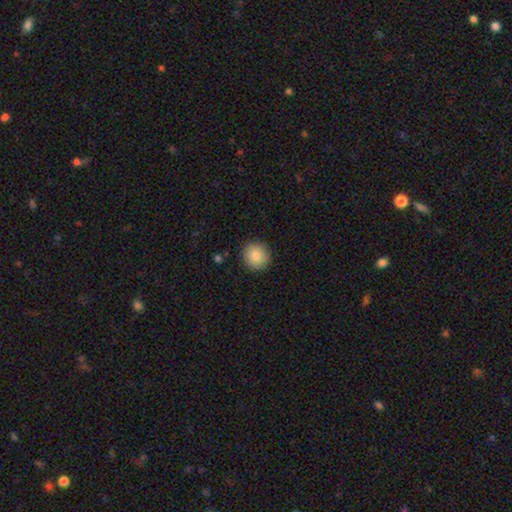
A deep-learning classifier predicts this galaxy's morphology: smooth_or_featured: smooth (p=0.85) [alt: star or artifact p=0.08]
how_rounded: round (p=0.91) [alt: in between p=0.08]
merging: none (p=0.90) [alt: minor disturbance p=0.07]